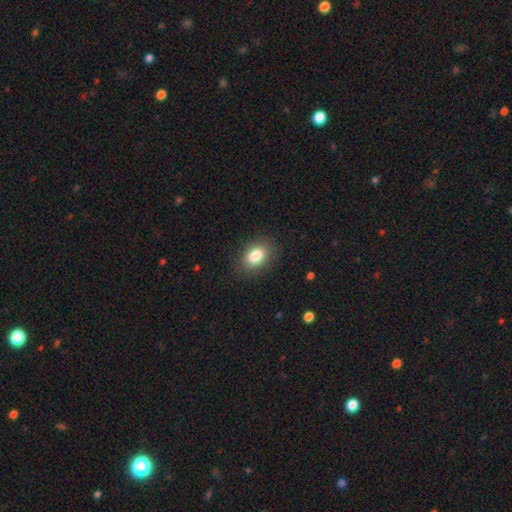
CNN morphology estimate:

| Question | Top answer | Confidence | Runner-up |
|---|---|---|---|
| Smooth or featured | smooth | 85% | star or artifact (9%) |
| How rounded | in between | 78% | round (21%) |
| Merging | none | 85% | minor disturbance (10%) |